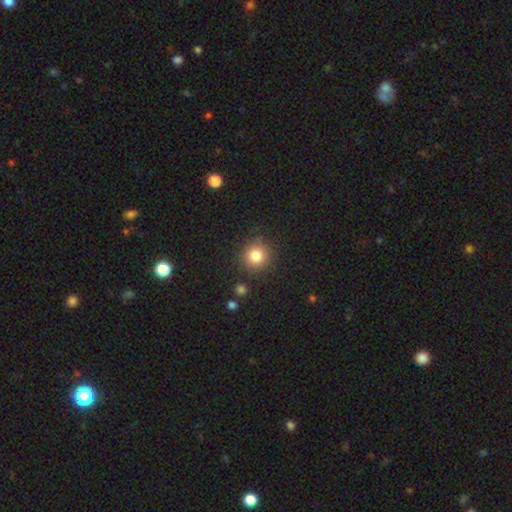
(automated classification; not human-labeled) Morphology: type=smooth (82%); roundness=round (93%); merging=none (86%).